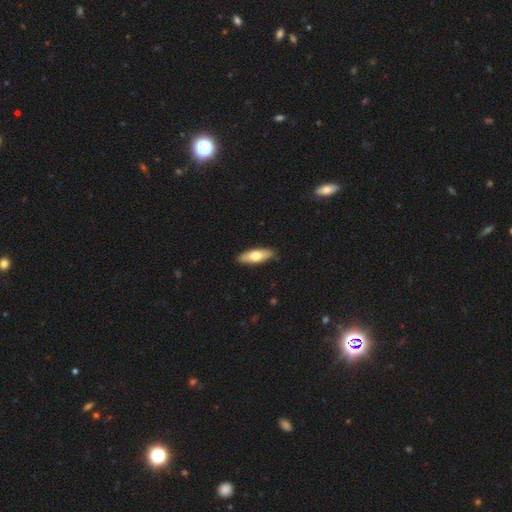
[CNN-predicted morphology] Overall: smooth (64%; featured or disk 30%). How rounded: in between (55%; cigar-shaped 43%). Merging: none (89%).